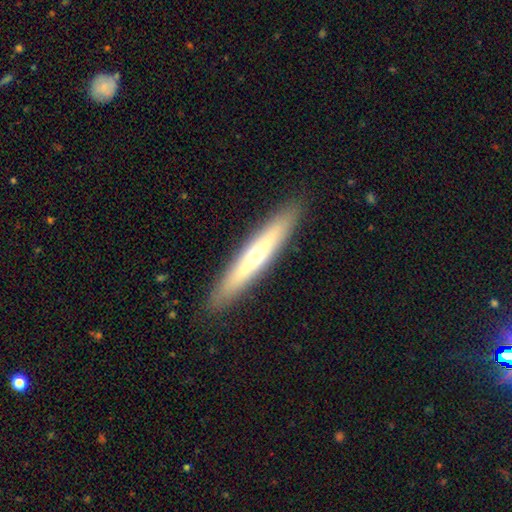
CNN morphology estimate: This is possibly a featured or disk galaxy (52%). It is clearly viewed edge-on (85%). Merging: clearly none (90%).